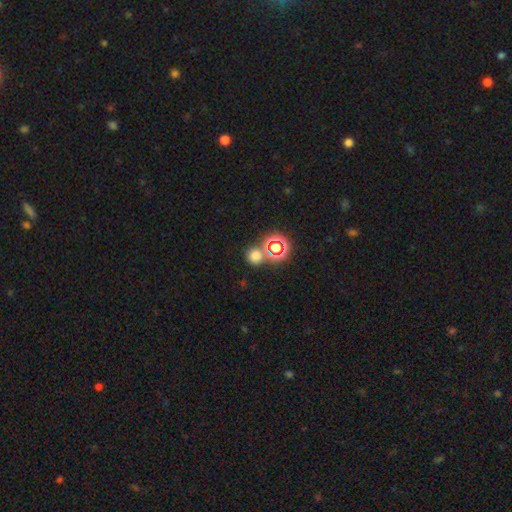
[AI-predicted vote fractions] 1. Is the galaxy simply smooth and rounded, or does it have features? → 71% smooth, 22% star or artifact, 7% featured or disk.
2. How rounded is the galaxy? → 89% round, 10% in between, 1% cigar-shaped.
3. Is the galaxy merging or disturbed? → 66% none, 24% merger, 7% minor disturbance, 3% major disturbance.